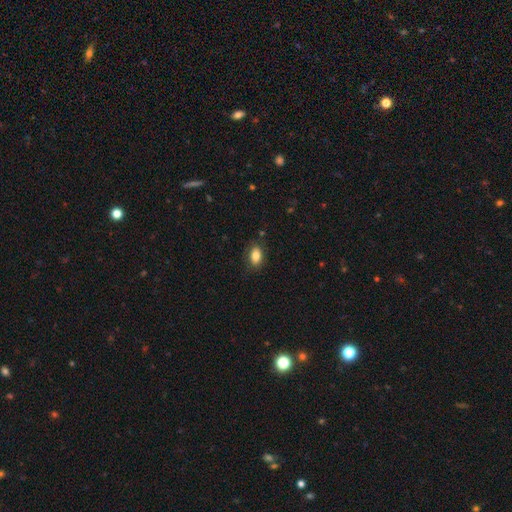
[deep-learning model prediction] Morphology: type=smooth (83%); roundness=in between (89%); merging=none (82%).